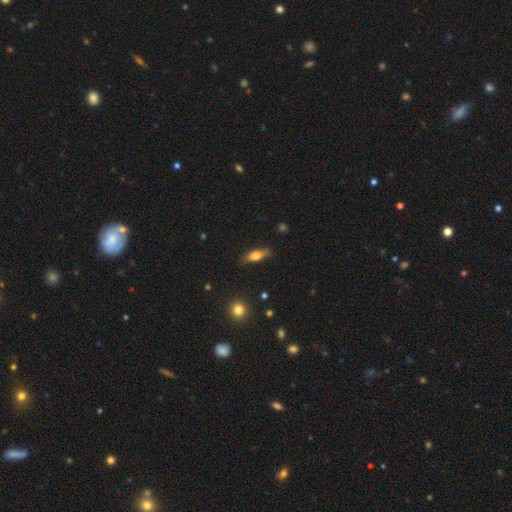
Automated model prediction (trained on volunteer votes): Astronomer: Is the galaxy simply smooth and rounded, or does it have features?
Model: smooth — 61%.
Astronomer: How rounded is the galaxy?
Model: in between — 56% (runner-up: cigar-shaped, 40%).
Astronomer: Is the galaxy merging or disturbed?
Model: none — 79%.